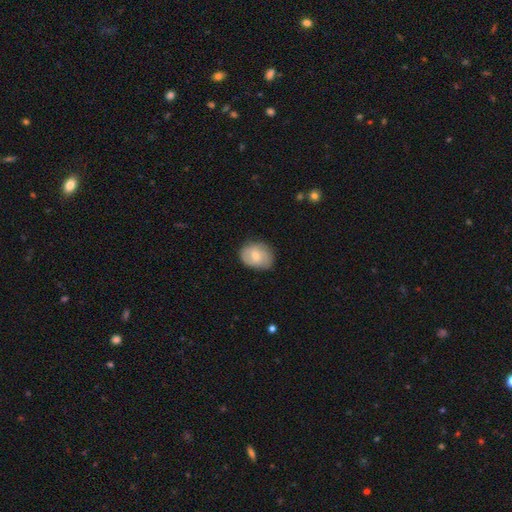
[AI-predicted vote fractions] This appears to be a smooth galaxy with no disk features (67%) that is in between round and cigar-shaped (54%). Merging: none (74%).